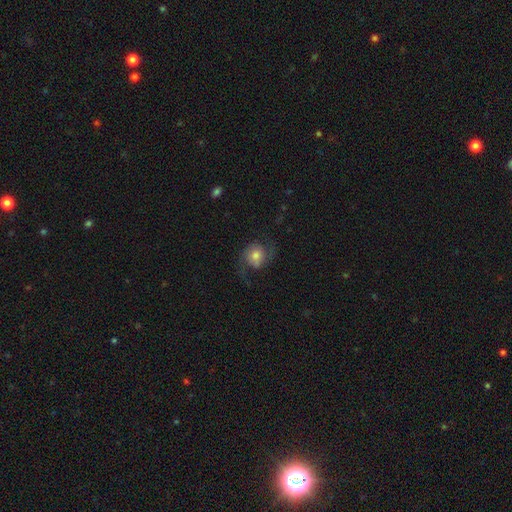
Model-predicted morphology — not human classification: This appears to be a featured or disk galaxy (65%) with no bar (63%), 2 (91%) loose (51%) spiral arms (92%) and a moderate central bulge (52%). Merging: none (66%).